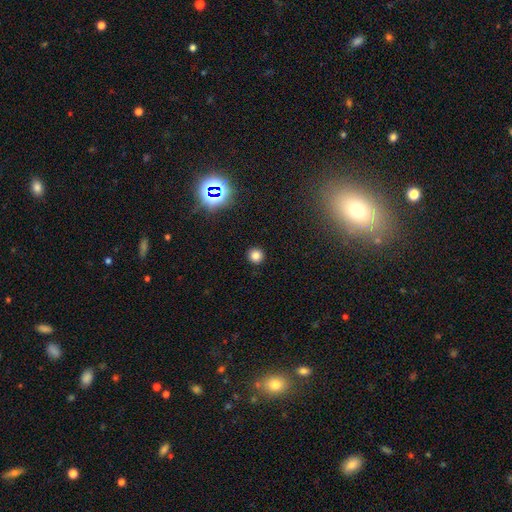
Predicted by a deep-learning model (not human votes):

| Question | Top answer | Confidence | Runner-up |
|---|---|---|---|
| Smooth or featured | smooth | 79% | star or artifact (16%) |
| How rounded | round | 94% | in between (5%) |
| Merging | none | 92% | minor disturbance (5%) |